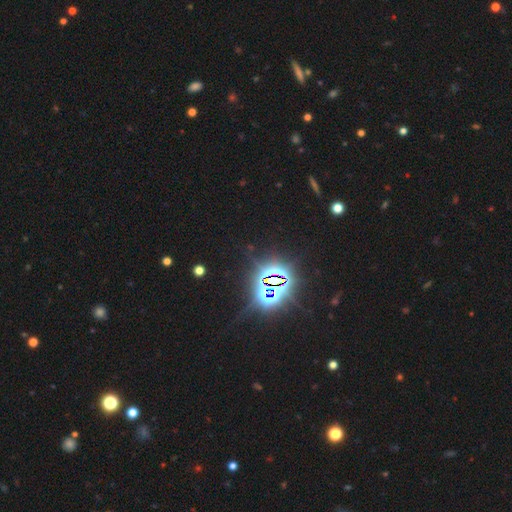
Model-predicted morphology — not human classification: Smooth or featured?
  - star or artifact: 85% *
  - smooth: 9%
  - featured or disk: 6%